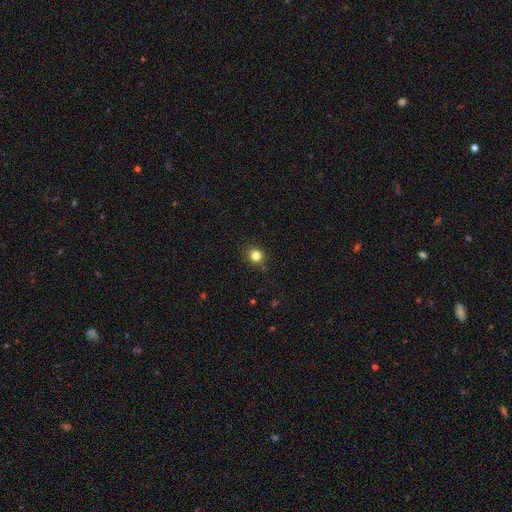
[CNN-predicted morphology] Smooth or featured? Predicted: smooth (p=0.82). How rounded? Predicted: round (p=0.87). Merging? Predicted: none (p=0.88).